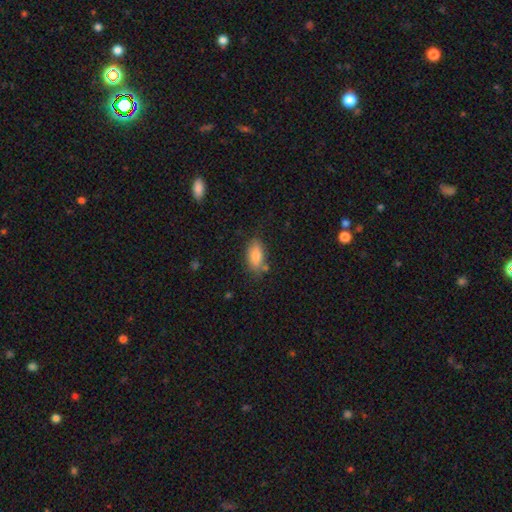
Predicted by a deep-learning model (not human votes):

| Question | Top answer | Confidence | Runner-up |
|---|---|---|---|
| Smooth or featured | smooth | 82% | featured or disk (11%) |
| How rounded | in between | 89% | cigar-shaped (8%) |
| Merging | none | 73% | minor disturbance (18%) |